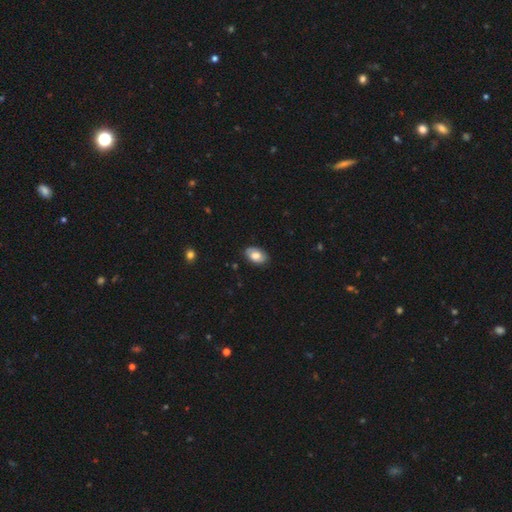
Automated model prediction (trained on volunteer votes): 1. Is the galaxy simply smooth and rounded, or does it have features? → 75% smooth, 18% featured or disk, 7% star or artifact.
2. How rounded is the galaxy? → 91% in between, 8% round, 1% cigar-shaped.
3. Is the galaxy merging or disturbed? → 85% none, 12% minor disturbance, 2% major disturbance, 1% merger.